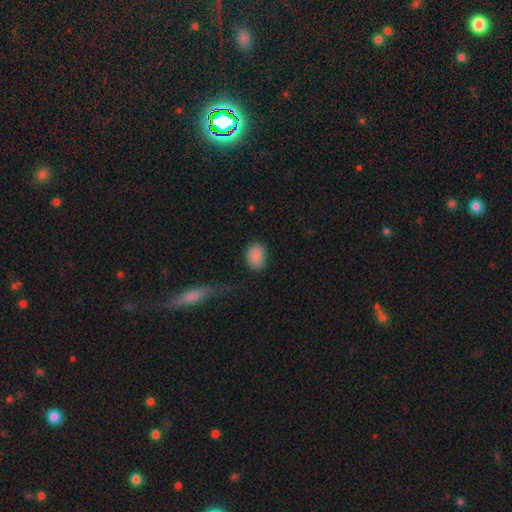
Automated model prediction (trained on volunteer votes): This is clearly a smooth galaxy (88%). How rounded: likely in between (69%). Merging: likely none (78%).